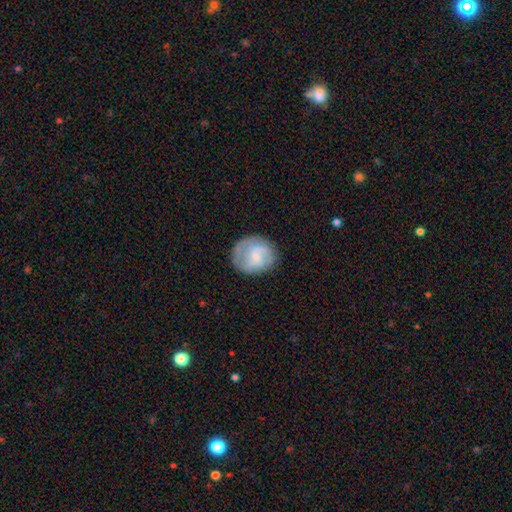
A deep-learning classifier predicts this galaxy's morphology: Q: Smooth or featured?
A: featured or disk (52%); runner-up: smooth (42%)
Q: Edge-on disk?
A: no (98%); runner-up: yes (2%)
Q: Bar?
A: no (48%); runner-up: weak (44%)
Q: Spiral arms?
A: yes (80%); runner-up: no (20%)
Q: Bulge size?
A: small (51%); runner-up: moderate (27%)
Q: Merging?
A: none (74%); runner-up: minor disturbance (17%)